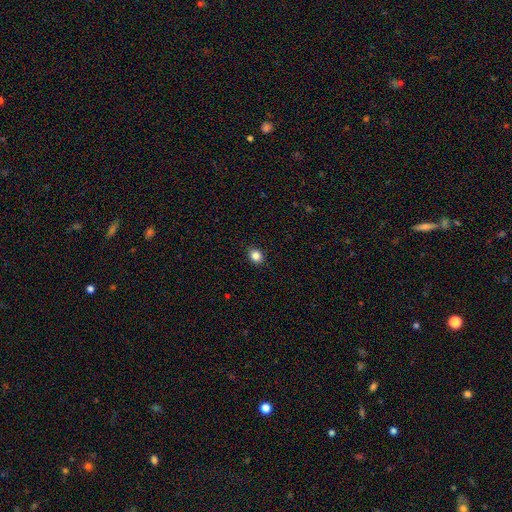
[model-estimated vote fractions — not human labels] A smooth galaxy with no disk features (85%) that is round (58%).

Vote fractions:
- Smooth or featured? smooth: 85% / star or artifact: 11% / featured or disk: 5%
- How rounded? round: 58% / in between: 41% / cigar-shaped: 1%
- Merging? none: 90% / minor disturbance: 7% / major disturbance: 2% / merger: 1%